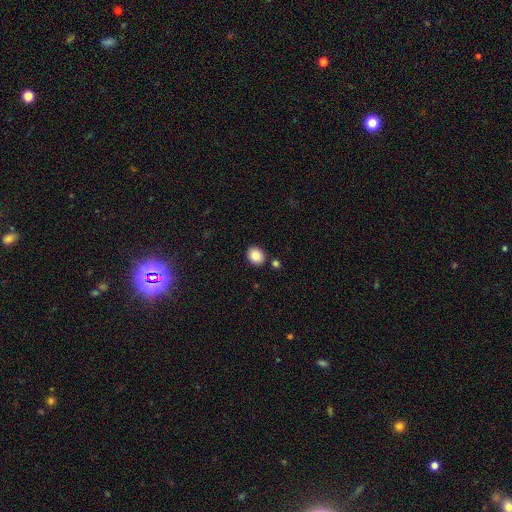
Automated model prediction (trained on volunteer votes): Q: Smooth or featured?
A: smooth (85%); runner-up: star or artifact (9%)
Q: How rounded?
A: round (63%); runner-up: in between (36%)
Q: Merging?
A: none (86%); runner-up: minor disturbance (8%)